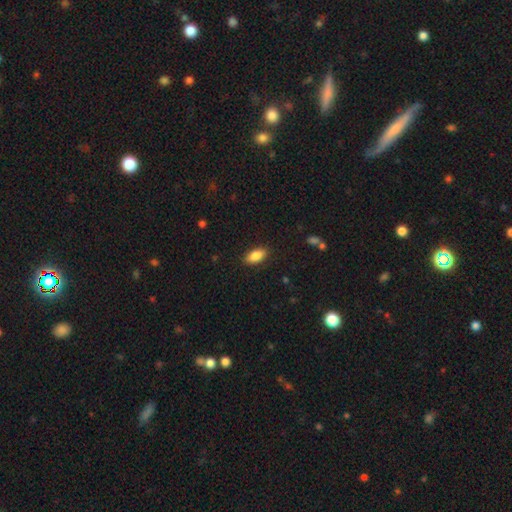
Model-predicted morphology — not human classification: Q: Smooth or featured?
A: smooth (86%); runner-up: star or artifact (7%)
Q: How rounded?
A: in between (89%); runner-up: cigar-shaped (8%)
Q: Merging?
A: none (87%); runner-up: minor disturbance (9%)